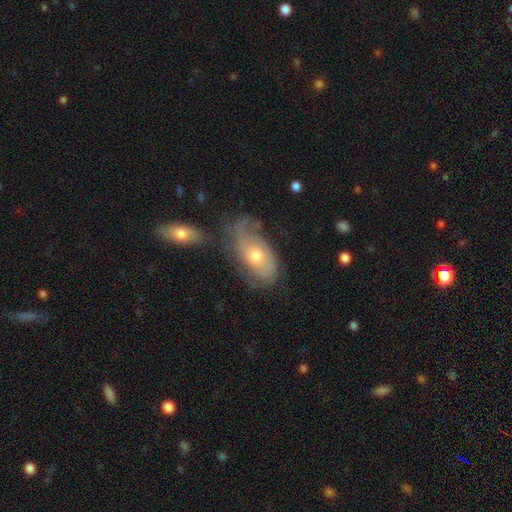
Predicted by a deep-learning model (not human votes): This is likely a featured or disk galaxy (63%). It is clearly not viewed edge-on (91%). Bar: likely no (80%). Spiral arm pattern: likely yes (79%). Central bulge: likely moderate (65%). Merging: possibly none (50%).